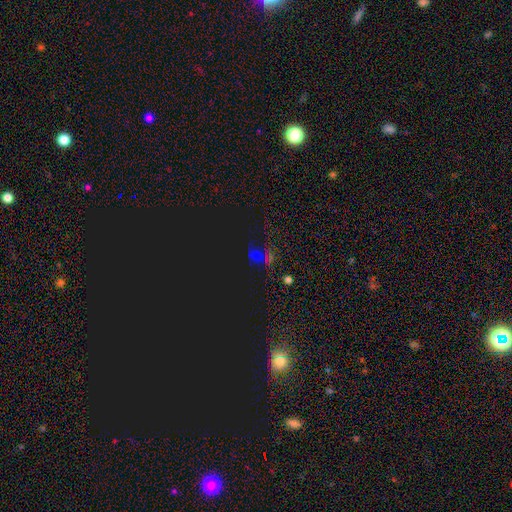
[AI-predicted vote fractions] Smooth or featured? star or artifact (67%)